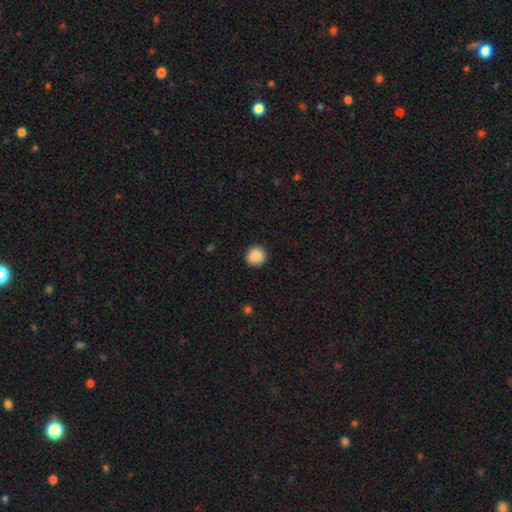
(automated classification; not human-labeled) The model was most divided on "smooth or featured": smooth: 88%, star or artifact: 9%, featured or disk: 3%. More confident: how rounded — round (92%); merging — none (90%).